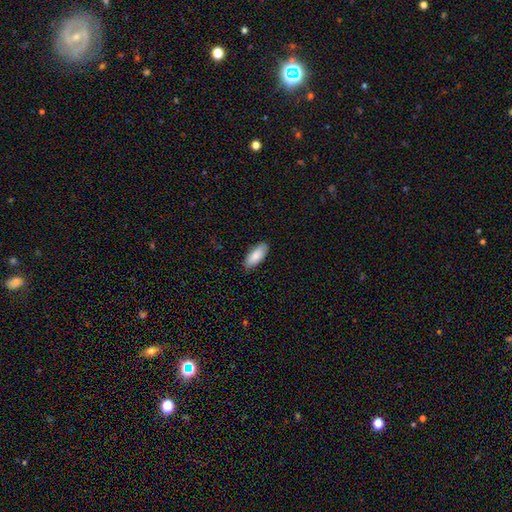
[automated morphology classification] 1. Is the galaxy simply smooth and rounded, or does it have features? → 87% smooth, 7% featured or disk, 5% star or artifact.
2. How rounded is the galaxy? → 80% in between, 19% cigar-shaped, 2% round.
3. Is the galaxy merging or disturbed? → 87% none, 10% minor disturbance, 2% major disturbance, 1% merger.